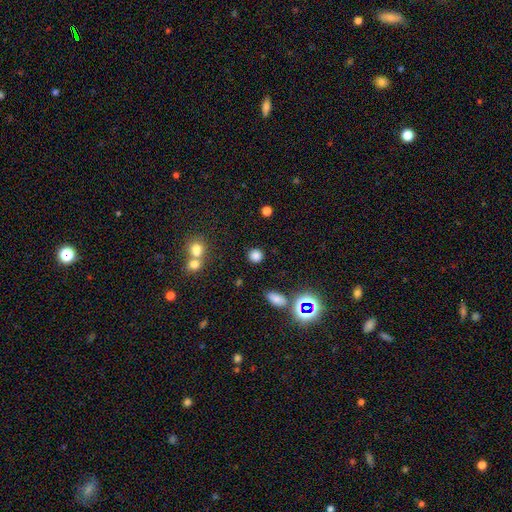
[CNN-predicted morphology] The model was most divided on "smooth or featured": smooth: 80%, star or artifact: 15%, featured or disk: 5%. More confident: how rounded — round (88%); merging — none (84%).